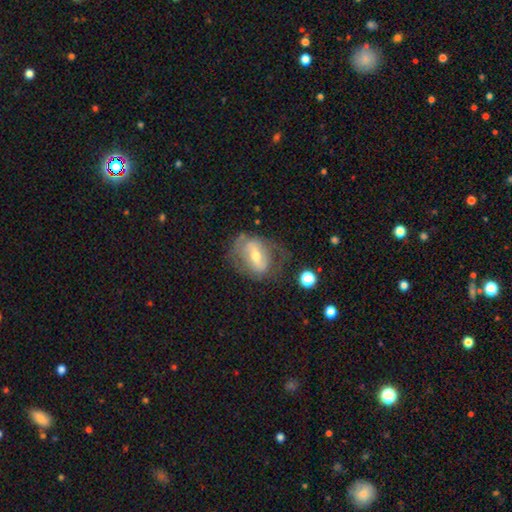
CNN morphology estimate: A featured or disk galaxy (66%) with a strong bar (46%), spiral arms (59%) and a moderate central bulge (61%). Merging: none (50%).